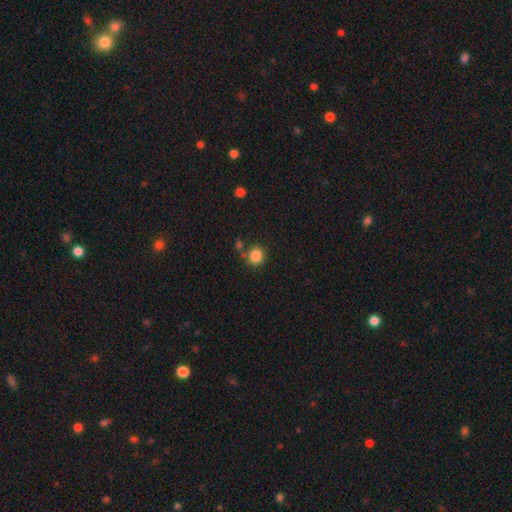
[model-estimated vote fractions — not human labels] Overall: smooth (85%). How rounded: round (87%). Merging: none (70%).